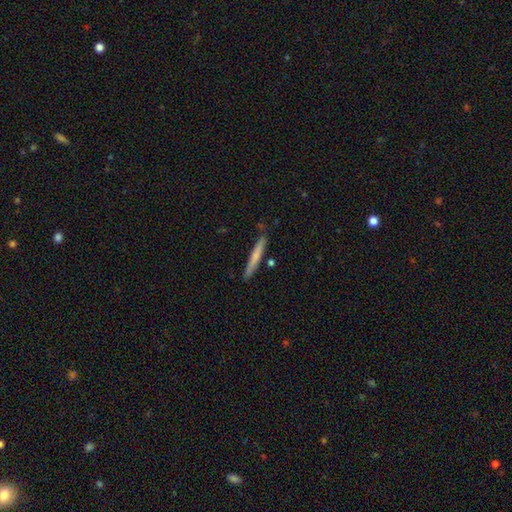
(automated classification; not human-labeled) A smooth galaxy with no disk features (64%) that is cigar-shaped (96%).

Vote fractions:
- Smooth or featured? smooth: 64% / featured or disk: 30% / star or artifact: 6%
- How rounded? cigar-shaped: 96% / in between: 3% / round: 1%
- Merging? none: 86% / minor disturbance: 10% / merger: 3% / major disturbance: 2%